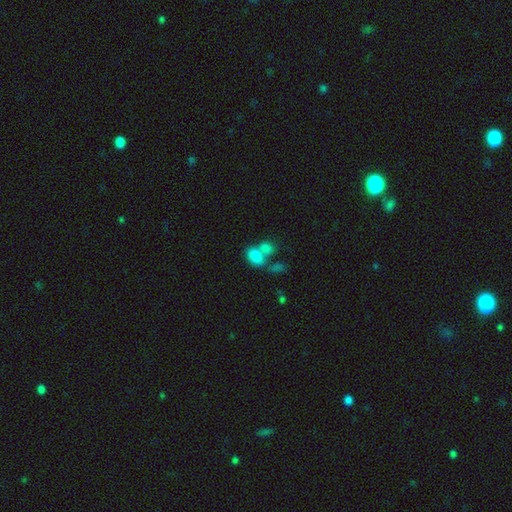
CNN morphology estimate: Smooth or featured?
  - smooth: 81% *
  - featured or disk: 10%
  - star or artifact: 9%
How rounded?
  - in between: 83% *
  - round: 15%
  - cigar-shaped: 2%
Merging?
  - merger: 52% *
  - none: 32%
  - minor disturbance: 10%
  - major disturbance: 5%